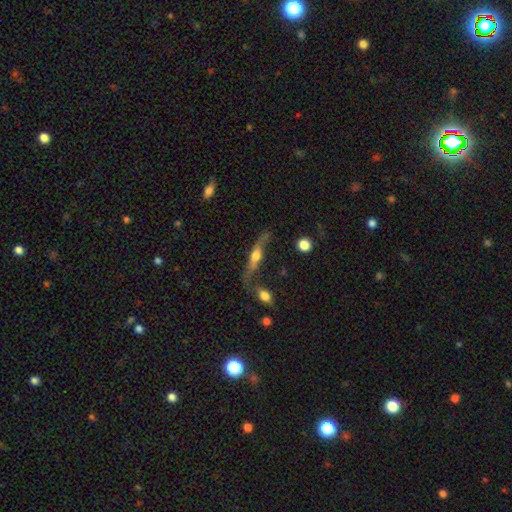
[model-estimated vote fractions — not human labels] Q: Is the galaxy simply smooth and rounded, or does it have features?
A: featured or disk — 59%.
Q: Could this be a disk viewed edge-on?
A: yes — 82%.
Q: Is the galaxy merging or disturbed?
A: none — 55%.